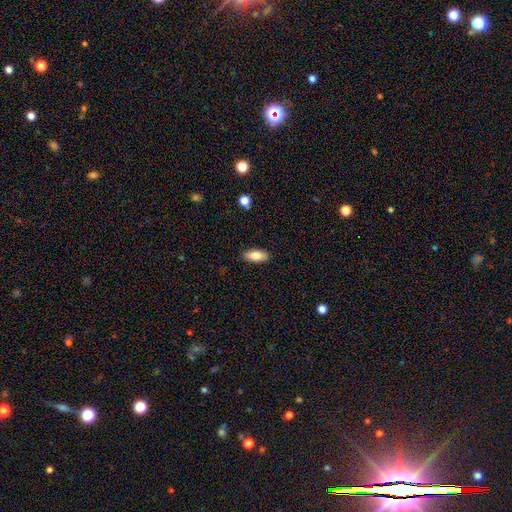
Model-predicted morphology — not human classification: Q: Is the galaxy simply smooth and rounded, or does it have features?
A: smooth — 80%.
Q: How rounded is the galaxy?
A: in between — 83%.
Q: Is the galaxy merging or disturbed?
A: none — 88%.